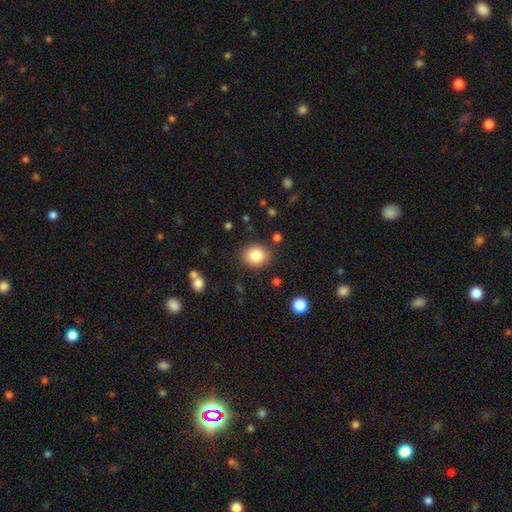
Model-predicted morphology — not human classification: Q: Smooth or featured?
A: smooth (85%); runner-up: star or artifact (9%)
Q: How rounded?
A: round (73%); runner-up: in between (26%)
Q: Merging?
A: none (86%); runner-up: minor disturbance (9%)